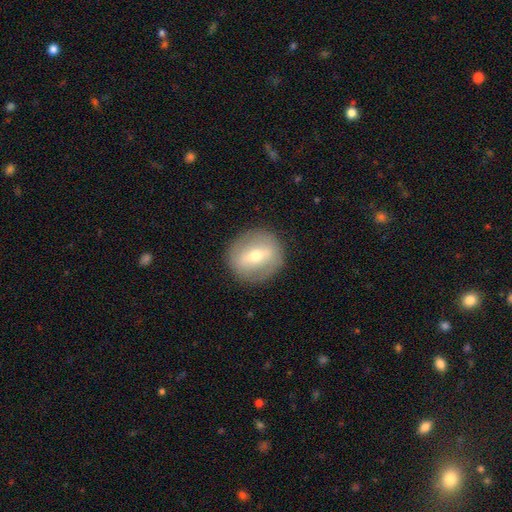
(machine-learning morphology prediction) Smooth or featured: featured or disk — 53% (smooth — 40%)
Edge-on disk: no — 85% (yes — 15%)
Merging: none — 87% (minor disturbance — 9%)